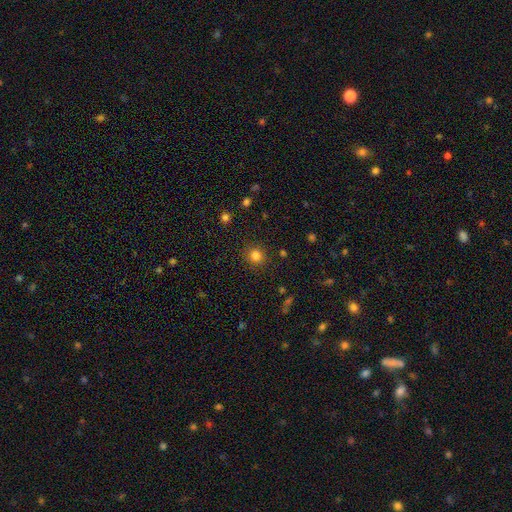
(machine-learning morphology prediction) smooth-or-featured: smooth: 81% | star or artifact: 13% | featured or disk: 5%
  how-rounded: round: 91% | in between: 8% | cigar-shaped: 1%
  merging: none: 89% | minor disturbance: 7% | major disturbance: 3% | merger: 1%